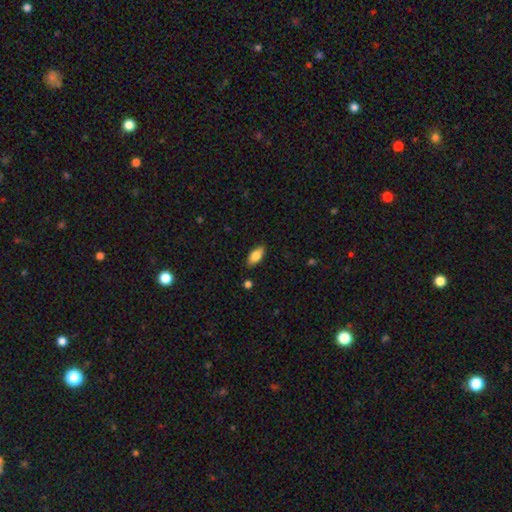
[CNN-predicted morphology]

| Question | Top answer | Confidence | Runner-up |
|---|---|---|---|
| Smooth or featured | smooth | 80% | featured or disk (13%) |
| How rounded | in between | 89% | cigar-shaped (8%) |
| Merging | none | 86% | minor disturbance (10%) |